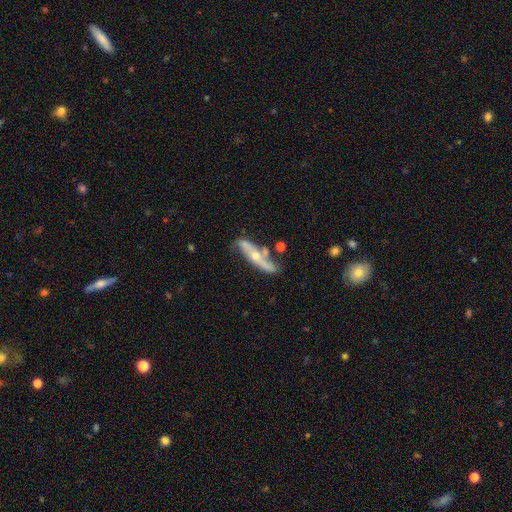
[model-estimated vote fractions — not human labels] Smooth or featured: featured or disk — 74% (smooth — 19%)
Edge-on disk: no — 50% (tied with yes — 50%)
Merging: none — 60% (minor disturbance — 21%)